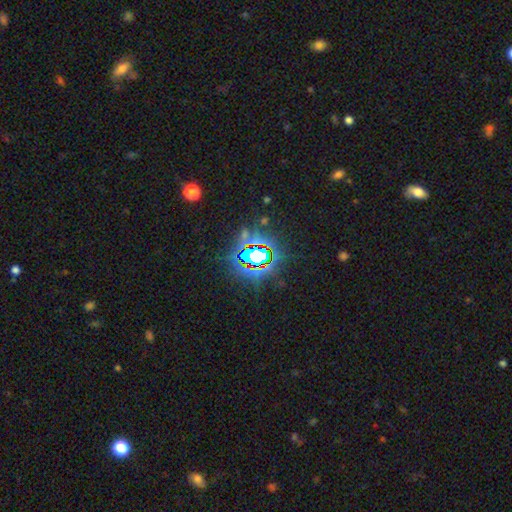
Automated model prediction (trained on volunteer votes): Smooth or featured? star or artifact (76%)